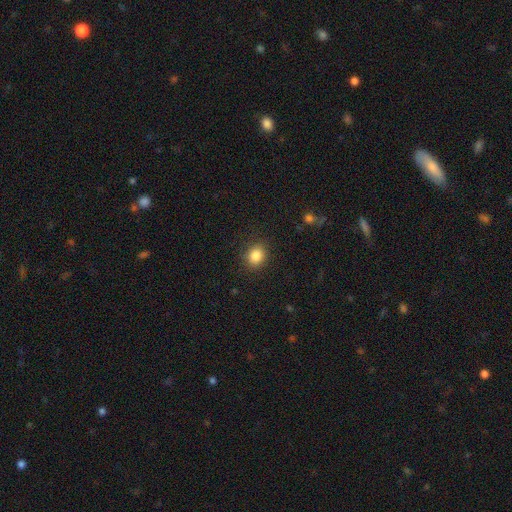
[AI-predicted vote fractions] This is clearly a smooth galaxy (85%). How rounded: likely round (66%). Merging: clearly none (87%).